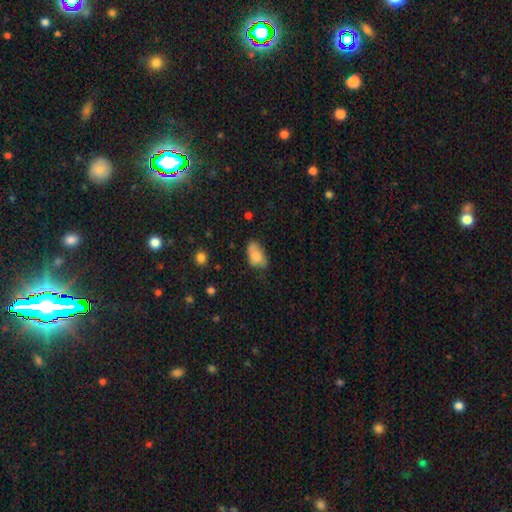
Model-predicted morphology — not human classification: A smooth galaxy with no disk features (77%) that is in between round and cigar-shaped (90%).

Vote fractions:
- Smooth or featured? smooth: 77% / featured or disk: 14% / star or artifact: 9%
- How rounded? in between: 90% / round: 8% / cigar-shaped: 2%
- Merging? none: 44% / minor disturbance: 35% / major disturbance: 14% / merger: 7%